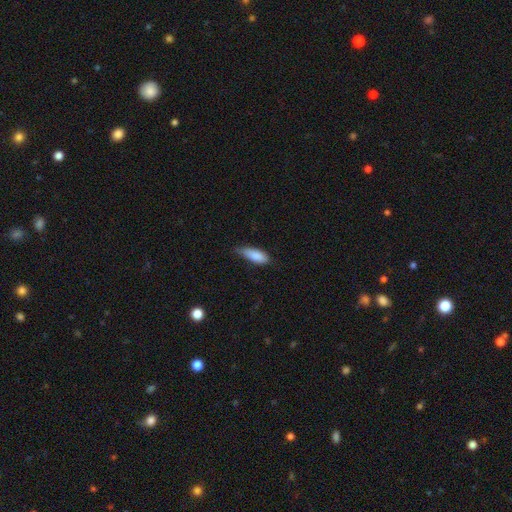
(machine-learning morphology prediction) smooth-or-featured: smooth: 86% | featured or disk: 8% | star or artifact: 6%
  how-rounded: in between: 67% | cigar-shaped: 31% | round: 2%
  merging: none: 51% | minor disturbance: 40% | major disturbance: 7% | merger: 2%